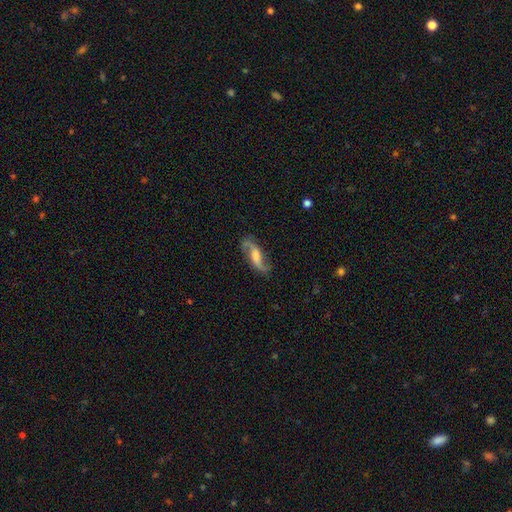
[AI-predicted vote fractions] Morphology: type=featured or disk (83%); edge-on=no (92%); bar=weak (44%); spiral arms=yes (96%); winding=loose (68%); arm count=2 (93%); bulge=moderate (34%); merging=none (78%).